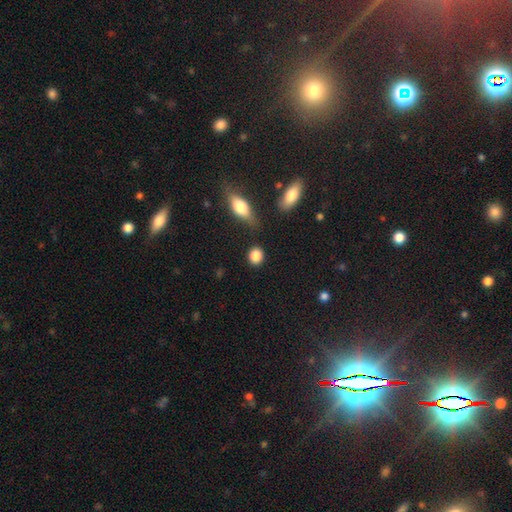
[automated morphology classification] The model was most divided on "how rounded": round: 75%, in between: 23%, cigar-shaped: 2%. More confident: smooth or featured — smooth (87%); merging — none (82%).